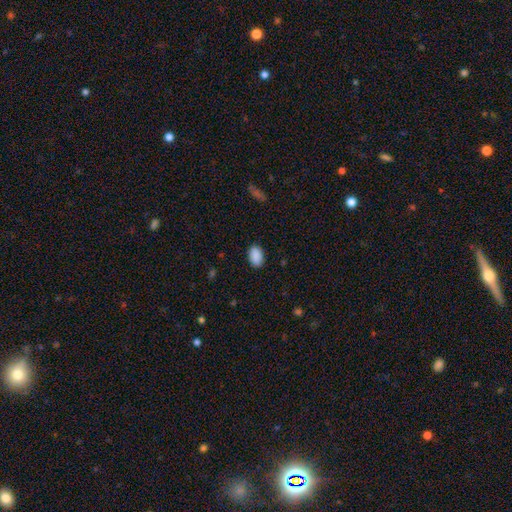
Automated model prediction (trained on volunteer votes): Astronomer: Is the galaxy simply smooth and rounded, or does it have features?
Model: smooth — 90%.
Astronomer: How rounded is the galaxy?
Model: in between — 91%.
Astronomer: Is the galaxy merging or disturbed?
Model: none — 87%.